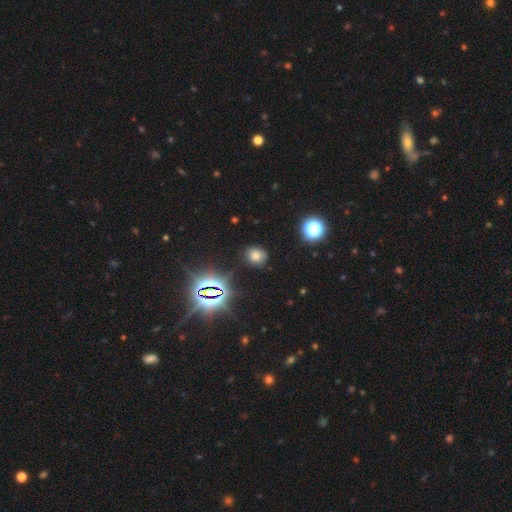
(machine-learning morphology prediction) Q: Smooth or featured?
A: smooth (67%); runner-up: star or artifact (26%)
Q: How rounded?
A: round (71%); runner-up: in between (28%)
Q: Merging?
A: none (84%); runner-up: minor disturbance (11%)